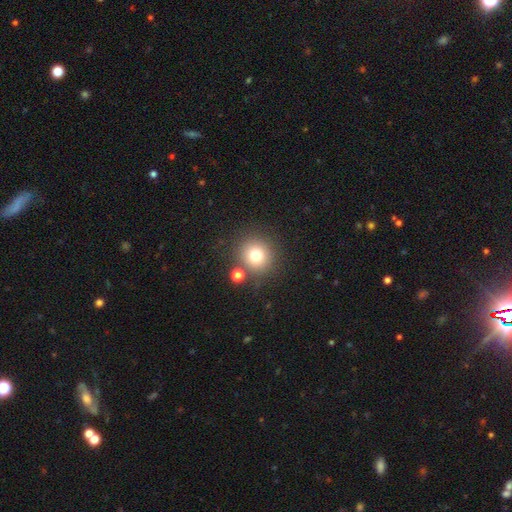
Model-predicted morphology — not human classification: type=smooth (75%); roundness=round (91%); merging=none (80%).